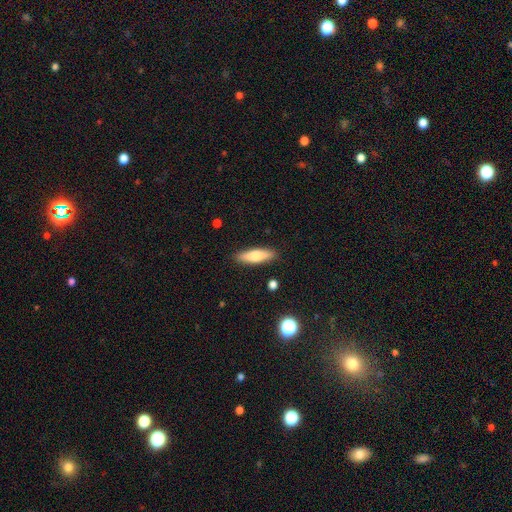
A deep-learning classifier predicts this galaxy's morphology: Smooth or featured? Predicted: smooth (p=0.71). How rounded? Predicted: cigar-shaped (p=0.59). Merging? Predicted: none (p=0.88).